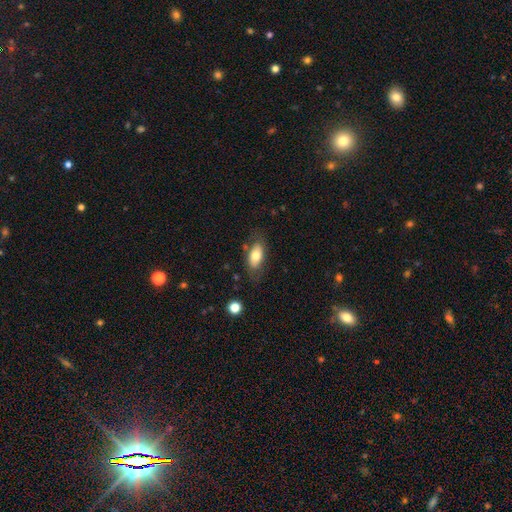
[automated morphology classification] smooth_or_featured: smooth (p=0.70) [alt: featured or disk p=0.23]
how_rounded: in between (p=0.88) [alt: cigar-shaped p=0.08]
merging: none (p=0.71) [alt: minor disturbance p=0.19]